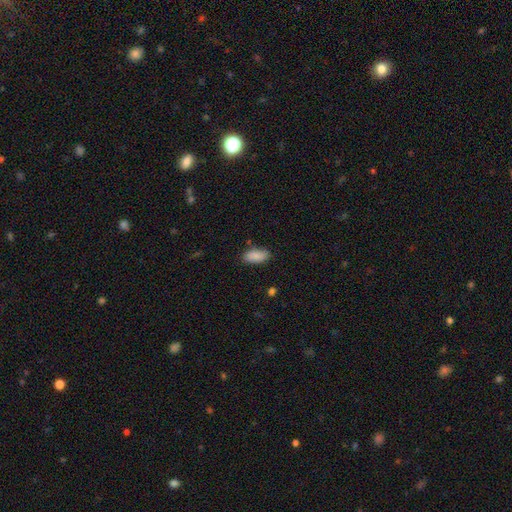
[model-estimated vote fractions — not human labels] The model was most divided on "merging": none: 83%, minor disturbance: 12%, major disturbance: 3%, merger: 2%. More confident: how rounded — in between (91%); smooth or featured — smooth (88%).